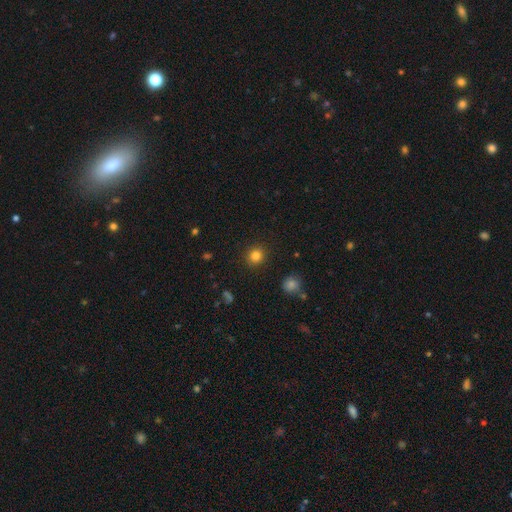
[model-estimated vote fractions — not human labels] Overall: smooth (82%). How rounded: round (91%). Merging: none (91%).